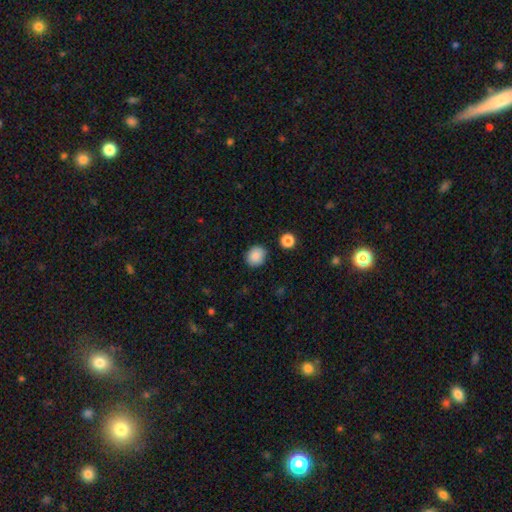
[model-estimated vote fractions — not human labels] smooth-or-featured: smooth: 88% | star or artifact: 9% | featured or disk: 3%
  how-rounded: round: 72% | in between: 27% | cigar-shaped: 1%
  merging: none: 87% | minor disturbance: 9% | major disturbance: 2% | merger: 2%